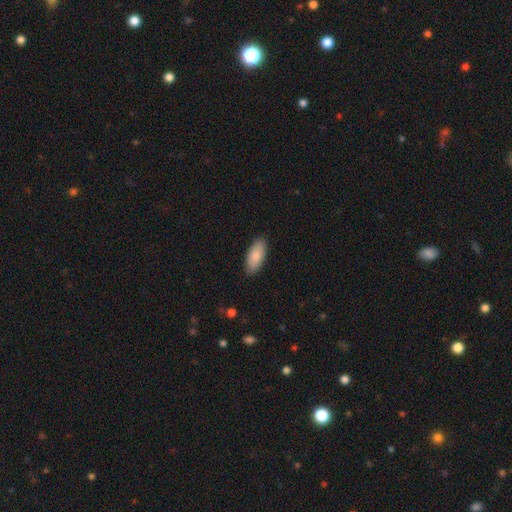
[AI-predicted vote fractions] Smooth or featured?
  - smooth: 86% *
  - featured or disk: 8%
  - star or artifact: 5%
How rounded?
  - in between: 85% *
  - cigar-shaped: 13%
  - round: 2%
Merging?
  - none: 88% *
  - minor disturbance: 9%
  - major disturbance: 2%
  - merger: 1%